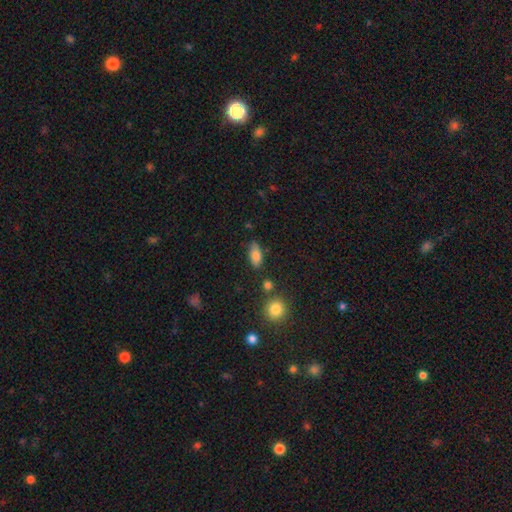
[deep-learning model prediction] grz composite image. It shows a smooth galaxy with no disk features (81%) that is in between round and cigar-shaped (86%). Merging: none (77%).